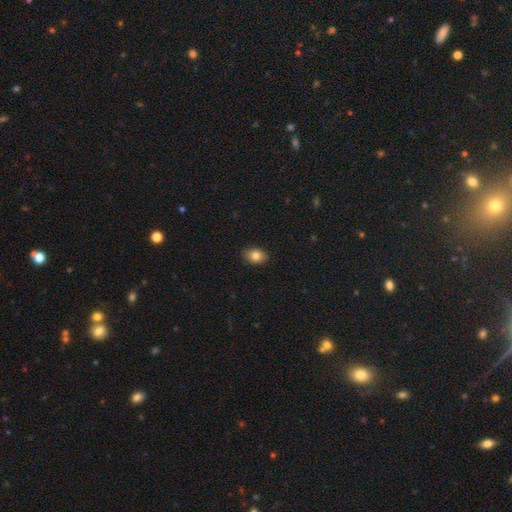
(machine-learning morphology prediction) This is clearly a smooth galaxy (83%). How rounded: likely in between (74%). Merging: clearly none (89%).